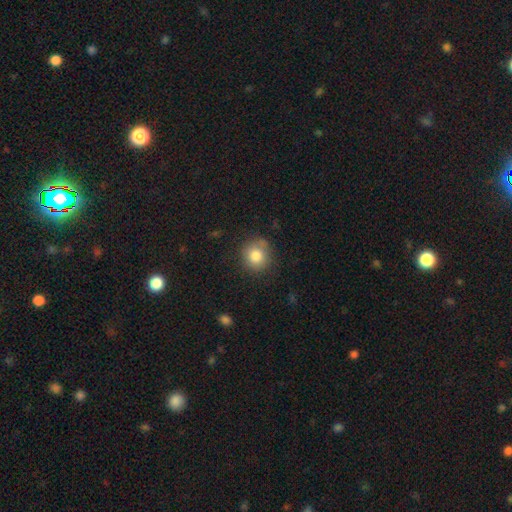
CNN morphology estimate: Overall: smooth (82%). How rounded: round (87%). Merging: none (76%).